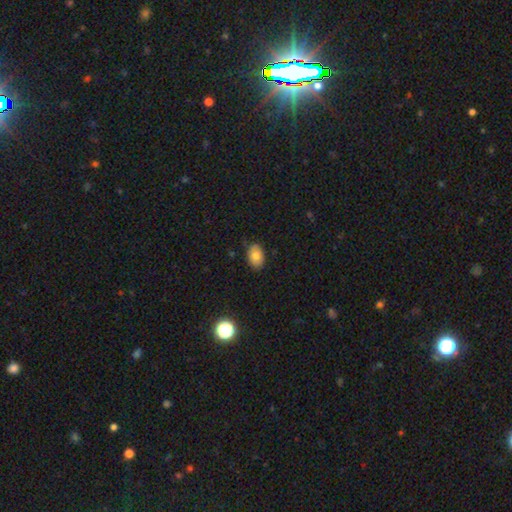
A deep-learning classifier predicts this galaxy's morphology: A smooth galaxy with no disk features (76%) that is in between round and cigar-shaped (84%).

Vote fractions:
- Smooth or featured? smooth: 76% / featured or disk: 15% / star or artifact: 9%
- How rounded? in between: 84% / round: 15% / cigar-shaped: 1%
- Merging? none: 83% / minor disturbance: 14% / major disturbance: 2% / merger: 1%